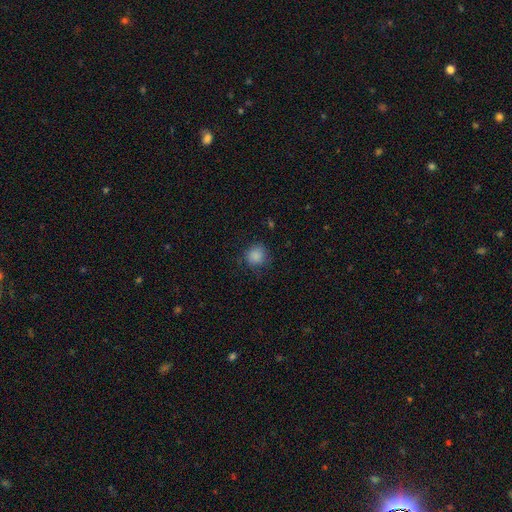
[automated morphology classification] Smooth or featured? Predicted: smooth (p=0.86). How rounded? Predicted: round (p=0.88). Merging? Predicted: none (p=0.80).